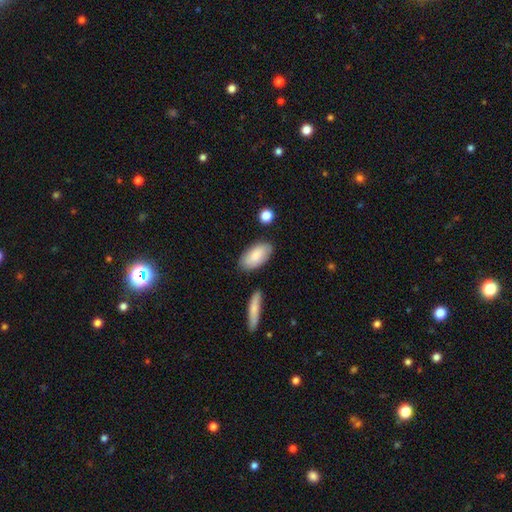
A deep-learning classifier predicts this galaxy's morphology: A smooth galaxy with no disk features (82%) that is in between round and cigar-shaped (92%). Merging: none (78%).